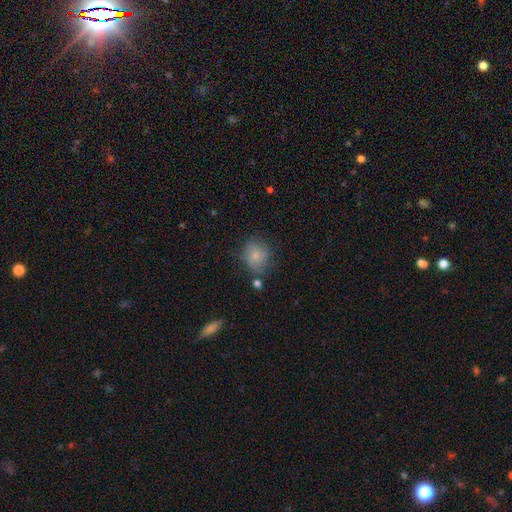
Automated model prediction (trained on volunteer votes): Q: Smooth or featured?
A: smooth (78%); runner-up: featured or disk (12%)
Q: How rounded?
A: round (73%); runner-up: in between (26%)
Q: Merging?
A: none (66%); runner-up: minor disturbance (22%)